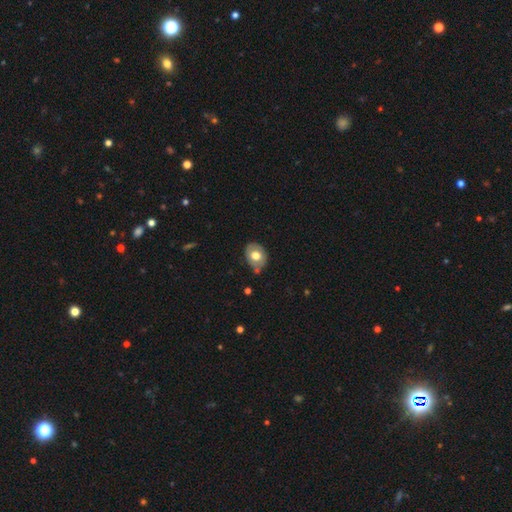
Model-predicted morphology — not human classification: smooth-or-featured: smooth: 62% | featured or disk: 31% | star or artifact: 7%
  how-rounded: in between: 56% | round: 43% | cigar-shaped: 1%
  merging: none: 61% | minor disturbance: 27% | major disturbance: 6% | merger: 6%